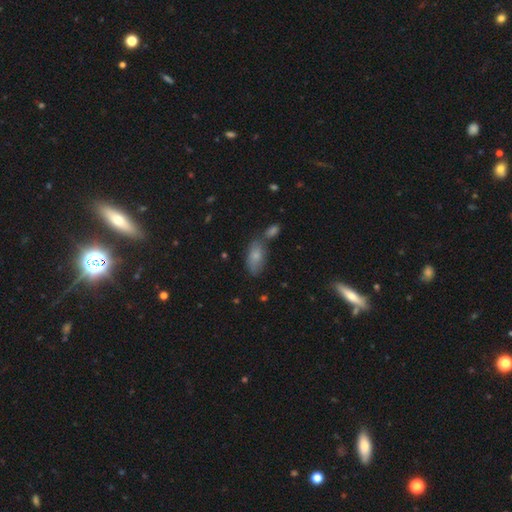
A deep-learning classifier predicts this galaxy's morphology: smooth_or_featured: smooth (p=0.76) [alt: featured or disk p=0.15]
how_rounded: in between (p=0.88) [alt: cigar-shaped p=0.09]
merging: none (p=0.59) [alt: merger p=0.21]